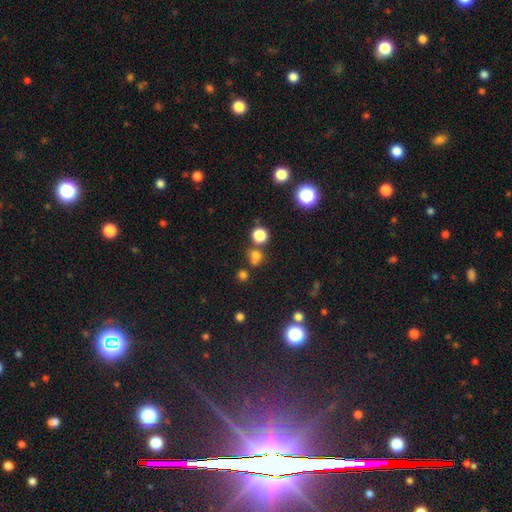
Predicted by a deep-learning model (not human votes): Smooth or featured? Predicted: smooth (p=0.67). How rounded? Predicted: round (p=0.86). Merging? Predicted: none (p=0.63).